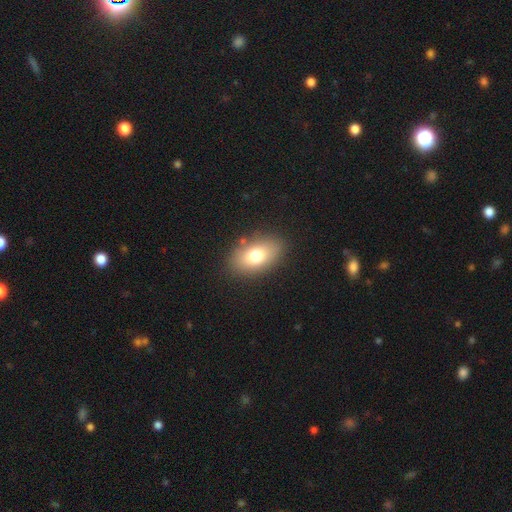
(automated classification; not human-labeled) Q: Smooth or featured?
A: smooth (74%); runner-up: featured or disk (16%)
Q: How rounded?
A: in between (86%); runner-up: round (12%)
Q: Merging?
A: none (84%); runner-up: minor disturbance (10%)